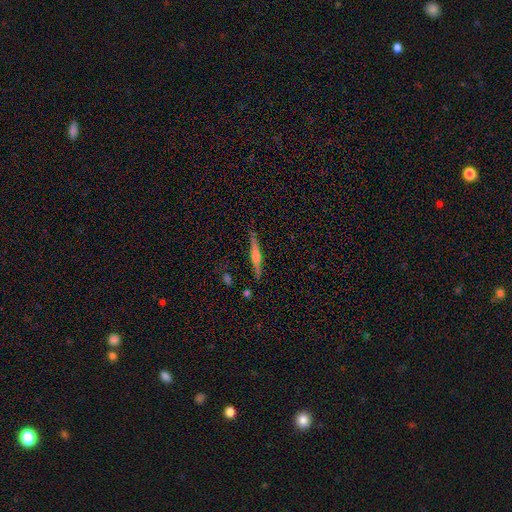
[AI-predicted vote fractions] This appears to be a featured or disk galaxy (64%) viewed edge-on (98%) with a rounded central bulge (71%). Merging: none (87%).